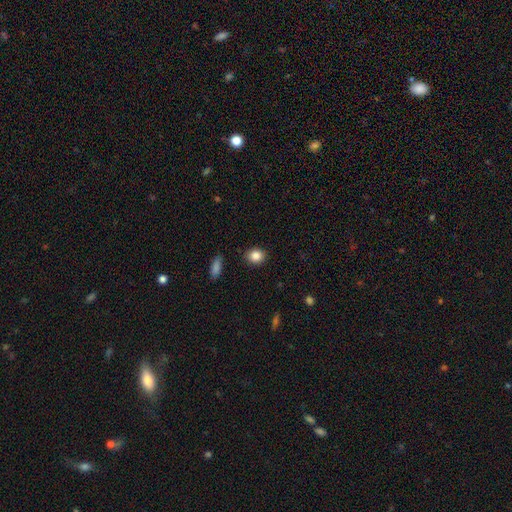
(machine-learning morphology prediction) type=smooth (86%); roundness=round (57%); merging=none (88%).